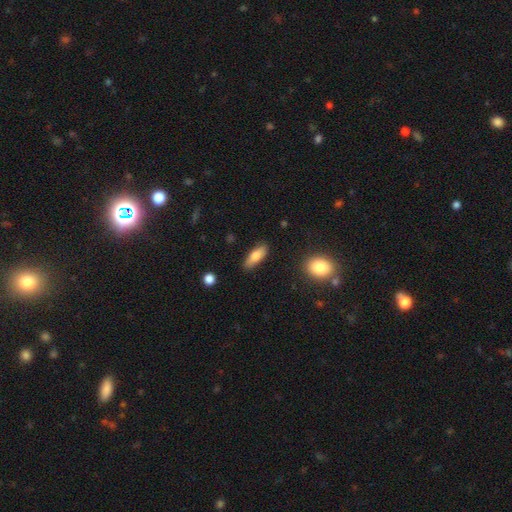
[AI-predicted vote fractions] smooth 75%, featured or disk 18%, star or artifact 7%. Down the decision tree: how rounded — in between (67%); merging — none (84%).